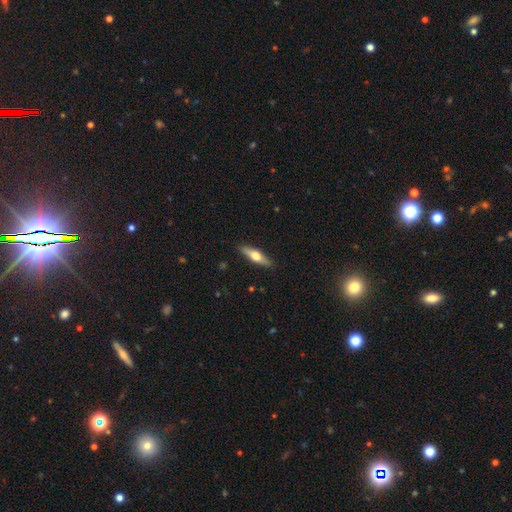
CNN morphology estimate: type=smooth (50%); roundness=cigar-shaped (64%); merging=none (89%).